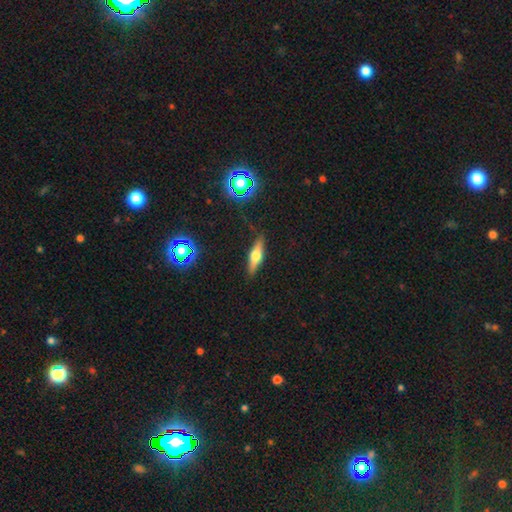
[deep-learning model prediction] A featured or disk galaxy (48%).

Vote fractions:
- Smooth or featured? featured or disk: 48% / smooth: 42% / star or artifact: 10%
- Merging? none: 86% / minor disturbance: 10% / major disturbance: 2% / merger: 2%